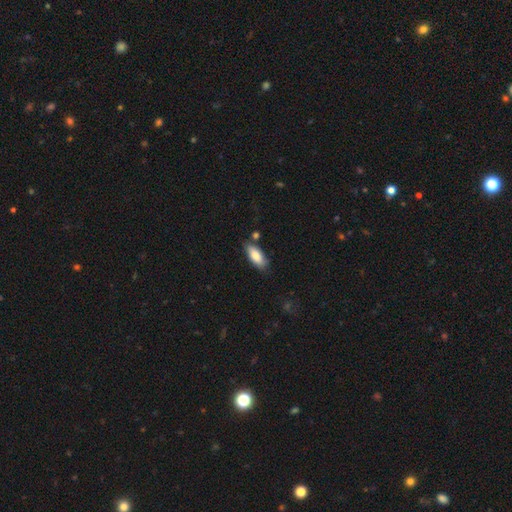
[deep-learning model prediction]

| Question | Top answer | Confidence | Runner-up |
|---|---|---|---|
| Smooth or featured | smooth | 81% | featured or disk (12%) |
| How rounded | in between | 82% | cigar-shaped (16%) |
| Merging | none | 74% | minor disturbance (18%) |